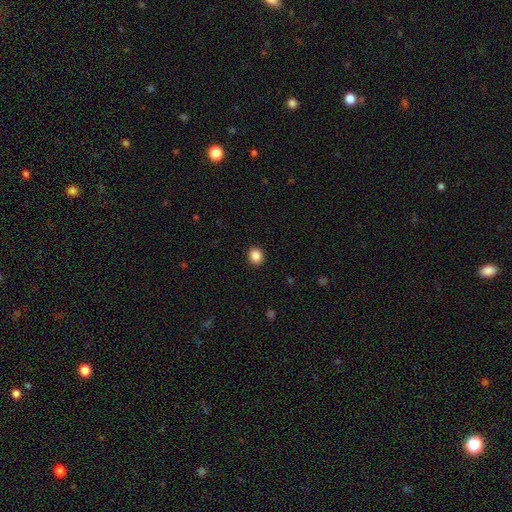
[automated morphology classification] Smooth or featured: smooth — 87% (star or artifact — 9%)
How rounded: round — 68% (in between — 31%)
Merging: none — 92% (minor disturbance — 5%)